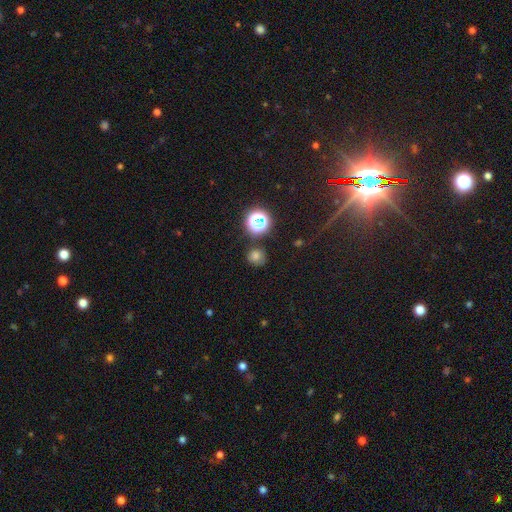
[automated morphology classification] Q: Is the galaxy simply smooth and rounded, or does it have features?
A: smooth — 66%.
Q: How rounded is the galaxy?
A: round — 87%.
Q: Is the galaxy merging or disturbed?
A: none — 82%.